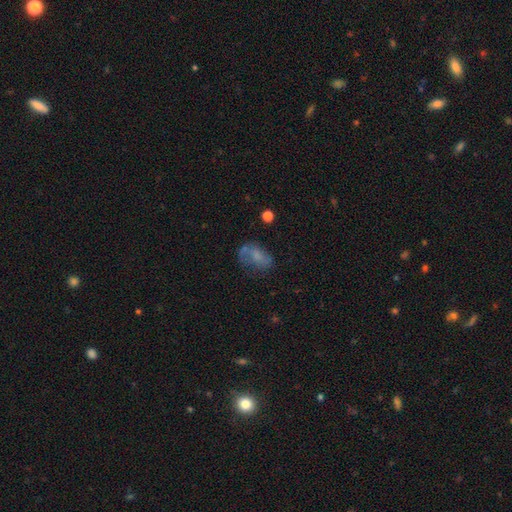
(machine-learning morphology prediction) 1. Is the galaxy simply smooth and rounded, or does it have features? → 52% smooth, 34% featured or disk, 14% star or artifact.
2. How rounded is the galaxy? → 84% in between, 13% round, 3% cigar-shaped.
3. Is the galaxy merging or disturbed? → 42% none, 26% minor disturbance, 25% major disturbance, 7% merger.